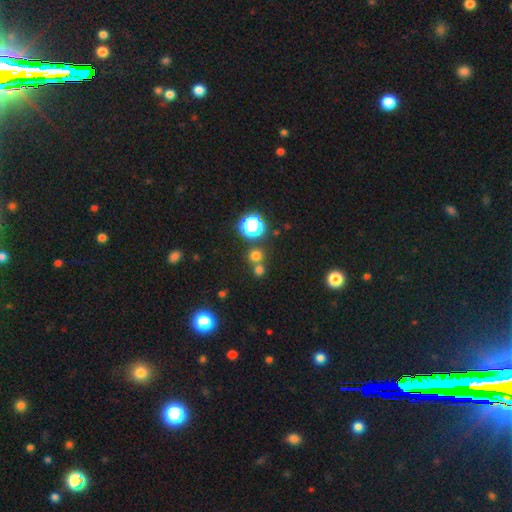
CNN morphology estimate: The model was most divided on "merging": none: 63%, merger: 28%, minor disturbance: 6%, major disturbance: 3%. More confident: how rounded — round (89%); smooth or featured — smooth (67%).